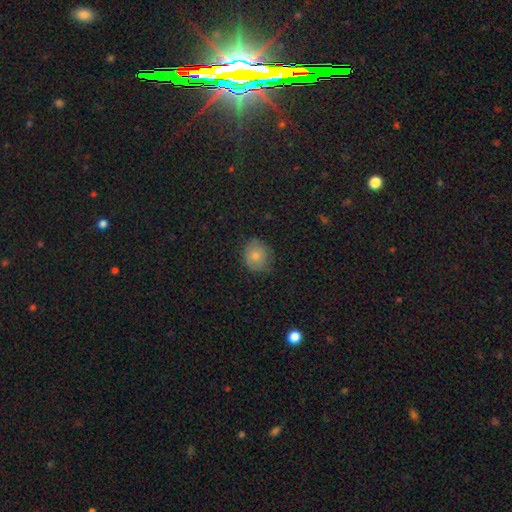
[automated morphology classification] Overall: smooth (76%). How rounded: round (74%). Merging: none (71%).